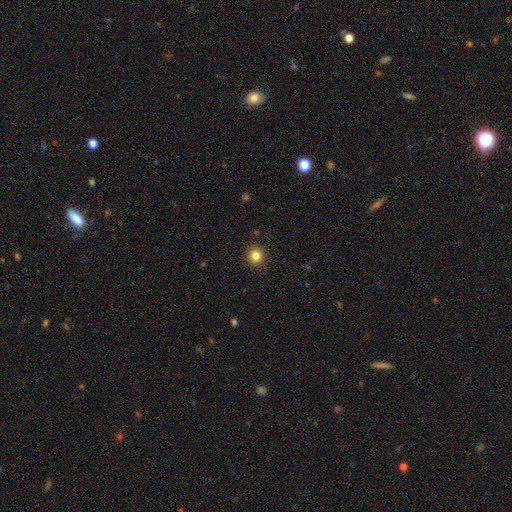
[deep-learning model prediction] Overall: smooth (83%). How rounded: round (91%). Merging: none (91%).